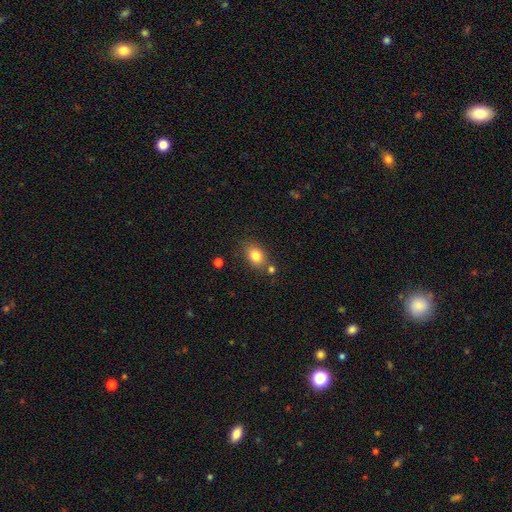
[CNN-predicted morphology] Overall: smooth (81%). How rounded: in between (74%). Merging: none (73%).